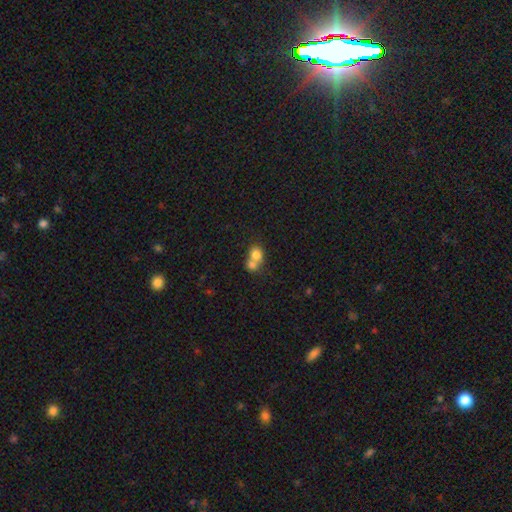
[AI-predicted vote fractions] Smooth or featured? Predicted: smooth (p=0.76). How rounded? Predicted: round (p=0.67). Merging? Predicted: merger (p=0.67).